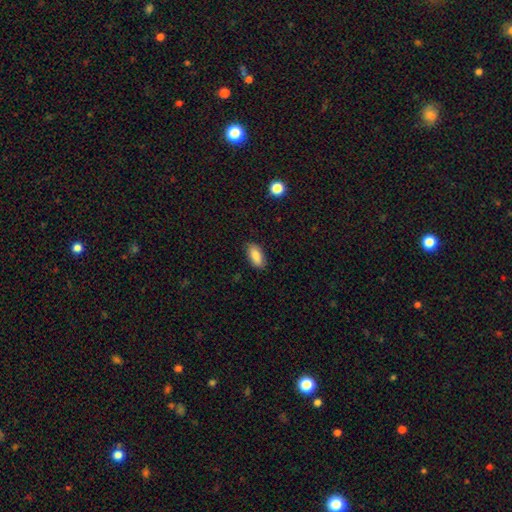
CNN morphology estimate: Smooth or featured: smooth — 86% (star or artifact — 7%)
How rounded: in between — 90% (cigar-shaped — 8%)
Merging: none — 85% (minor disturbance — 11%)